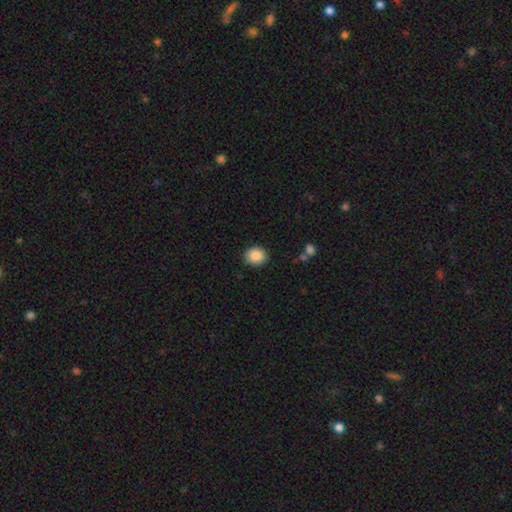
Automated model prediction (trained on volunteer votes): Smooth or featured?
  - smooth: 88% *
  - star or artifact: 8%
  - featured or disk: 4%
How rounded?
  - round: 65% *
  - in between: 34%
  - cigar-shaped: 1%
Merging?
  - none: 89% *
  - minor disturbance: 8%
  - major disturbance: 2%
  - merger: 1%